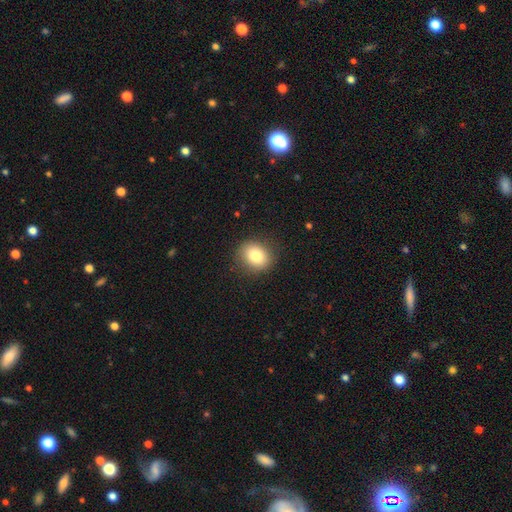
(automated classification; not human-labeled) Overall: smooth (82%). How rounded: round (64%; in between 35%). Merging: none (87%).